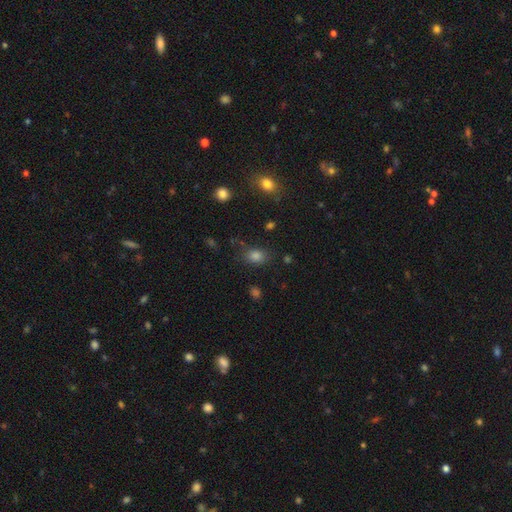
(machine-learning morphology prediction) Smooth or featured: smooth — 78% (star or artifact — 16%)
How rounded: in between — 69% (round — 29%)
Merging: none — 78% (minor disturbance — 14%)